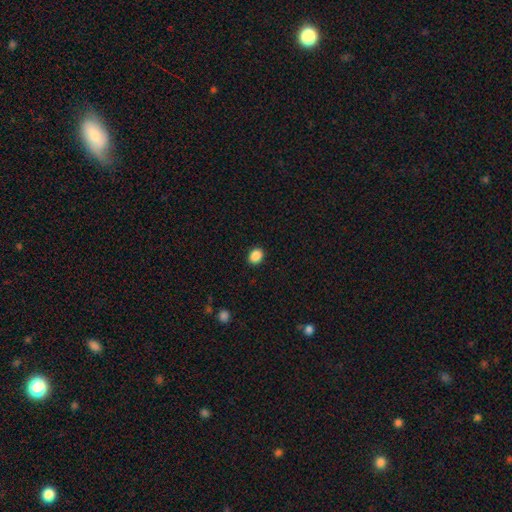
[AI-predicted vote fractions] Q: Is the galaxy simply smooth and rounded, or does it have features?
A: smooth — 88%.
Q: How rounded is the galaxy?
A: in between — 53%.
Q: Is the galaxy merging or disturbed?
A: none — 91%.